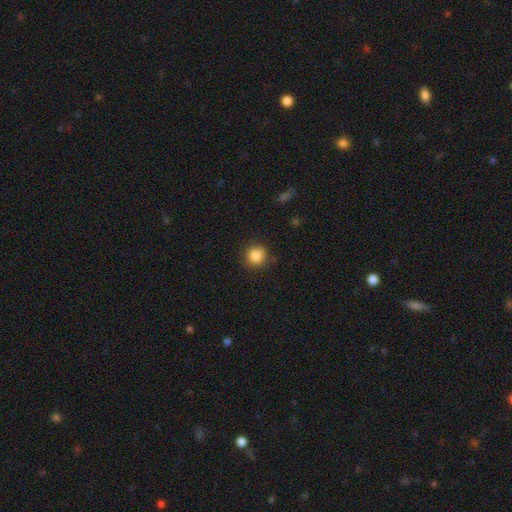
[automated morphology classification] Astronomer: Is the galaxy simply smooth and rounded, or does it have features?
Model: smooth — 86%.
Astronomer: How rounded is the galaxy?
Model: round — 88%.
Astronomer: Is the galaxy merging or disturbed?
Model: none — 84%.